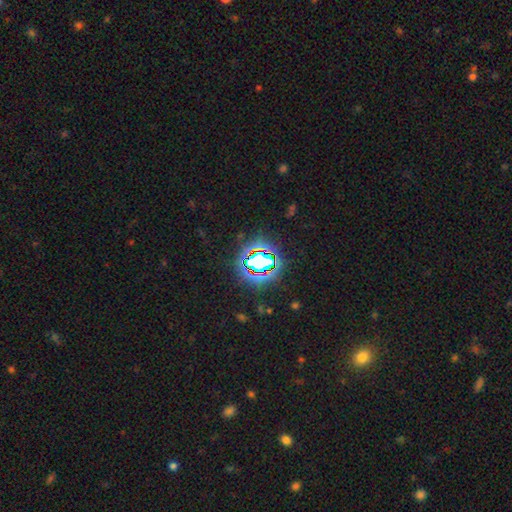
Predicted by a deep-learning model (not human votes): Overall: star or artifact (76%).